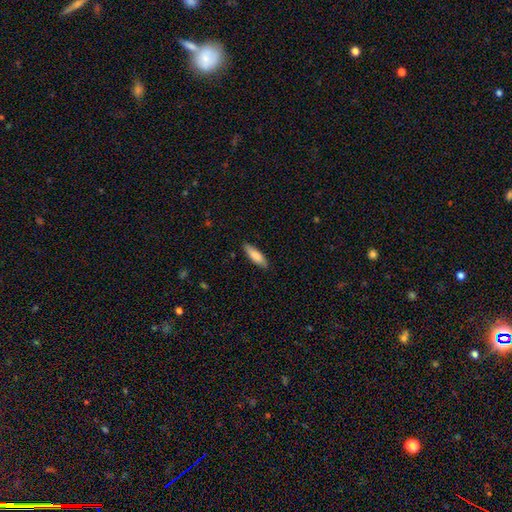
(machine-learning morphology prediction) type=smooth (84%); roundness=in between (51%); merging=none (82%).